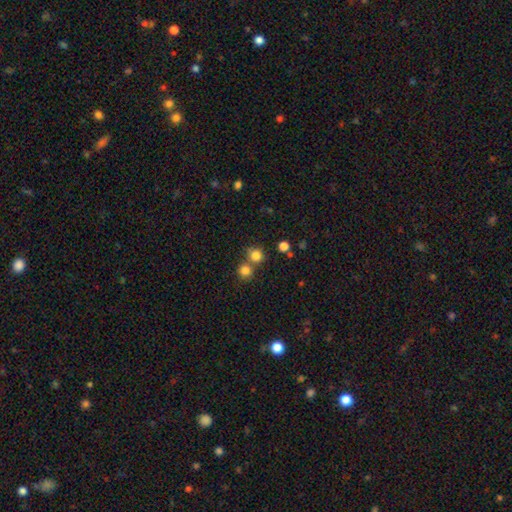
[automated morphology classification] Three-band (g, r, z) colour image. It shows a smooth galaxy with no disk features (80%) that is round (91%). Merging: none (64%).